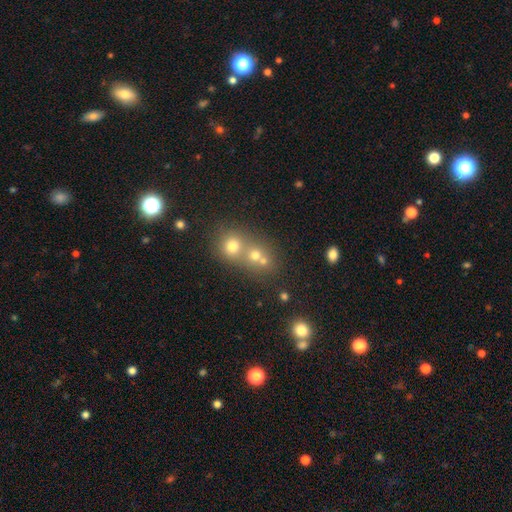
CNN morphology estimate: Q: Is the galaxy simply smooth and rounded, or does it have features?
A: smooth — 67%.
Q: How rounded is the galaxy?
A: round — 80%.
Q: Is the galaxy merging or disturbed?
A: merger — 53%.